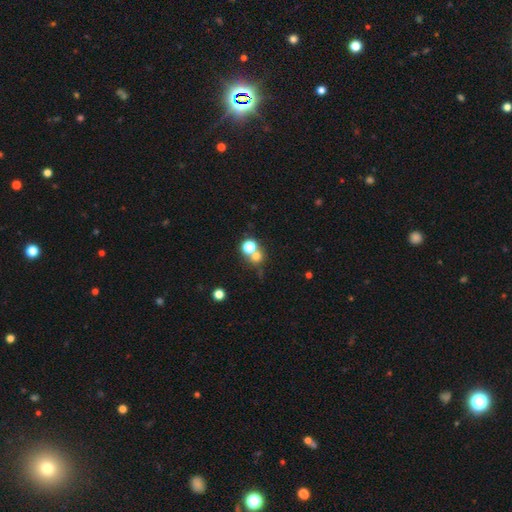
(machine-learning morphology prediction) A smooth galaxy with no disk features (64%) that is round (86%).

Vote fractions:
- Smooth or featured? smooth: 64% / star or artifact: 24% / featured or disk: 11%
- How rounded? round: 86% / in between: 13% / cigar-shaped: 1%
- Merging? none: 51% / merger: 36% / minor disturbance: 8% / major disturbance: 5%